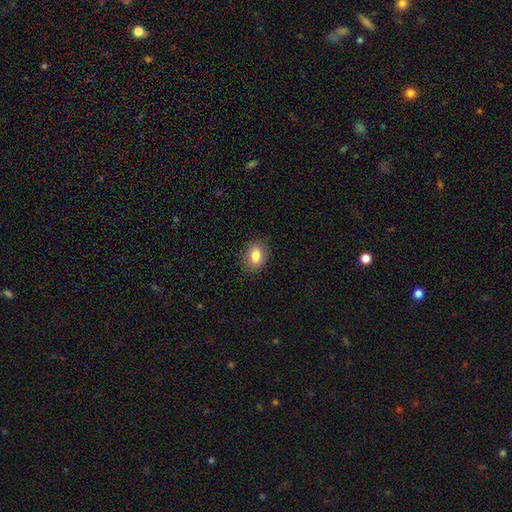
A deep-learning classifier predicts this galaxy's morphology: smooth 83%, star or artifact 9%, featured or disk 8%. Down the decision tree: how rounded — in between (68%); merging — none (85%).